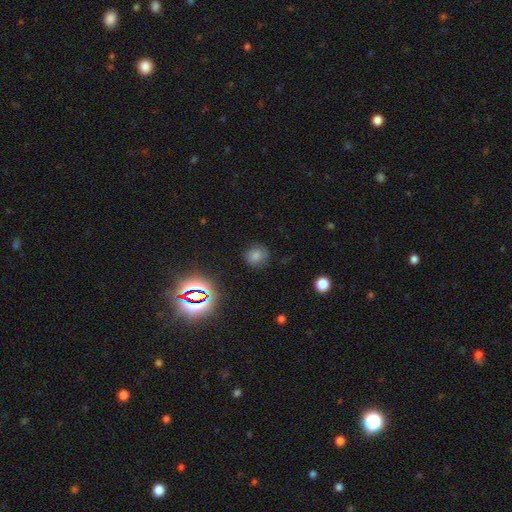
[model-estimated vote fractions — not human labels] smooth-or-featured: smooth: 53% | star or artifact: 37% | featured or disk: 11%
  how-rounded: round: 85% | in between: 14% | cigar-shaped: 1%
  merging: none: 83% | minor disturbance: 11% | major disturbance: 4% | merger: 2%